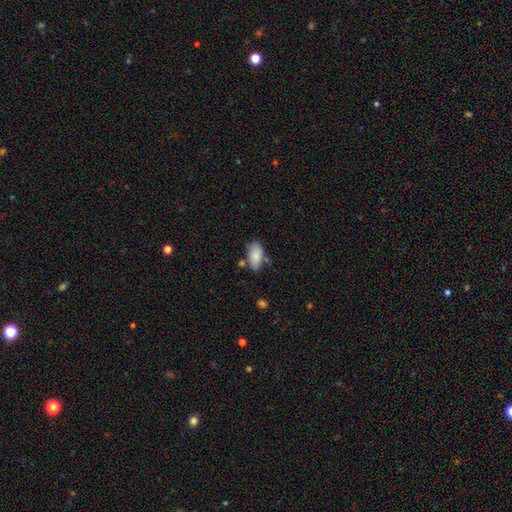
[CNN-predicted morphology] type=smooth (84%); roundness=in between (93%); merging=none (62%).